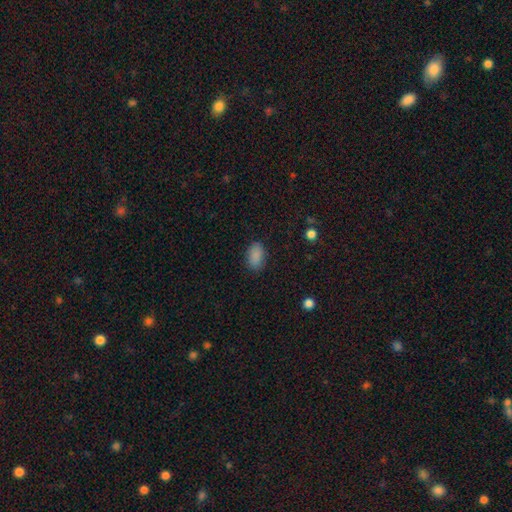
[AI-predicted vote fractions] Overall: smooth (88%). How rounded: in between (92%). Merging: none (85%).